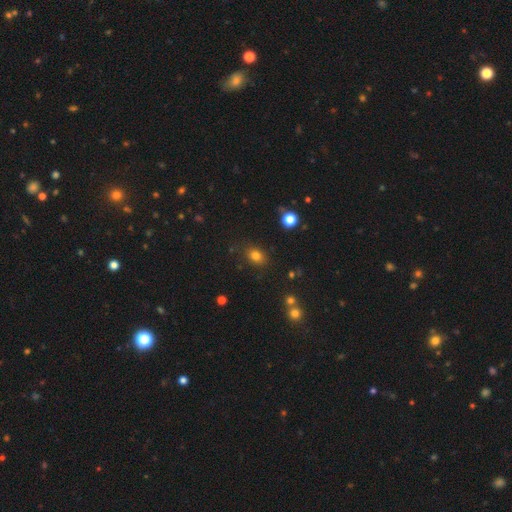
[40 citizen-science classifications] smooth-or-featured: smooth: 78% | featured or disk: 12% | star or artifact: 10%
  how-rounded: in between: 61% | round: 35% | cigar-shaped: 3%
  merging: none: 94% | minor disturbance: 6% | major disturbance: 0% | merger: 0%